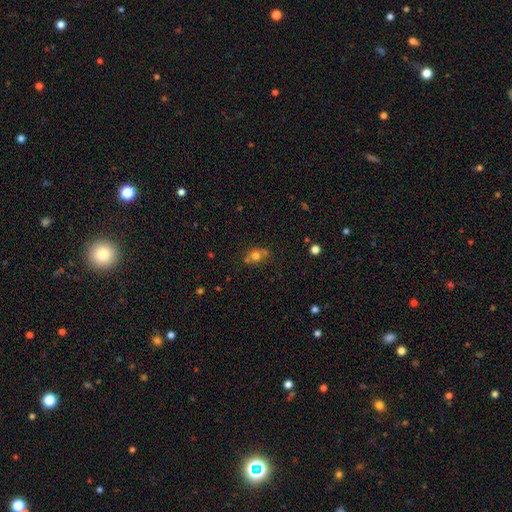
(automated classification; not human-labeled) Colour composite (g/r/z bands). It shows a smooth galaxy with no disk features (69%) that is round (66%). Merging: none (56%).